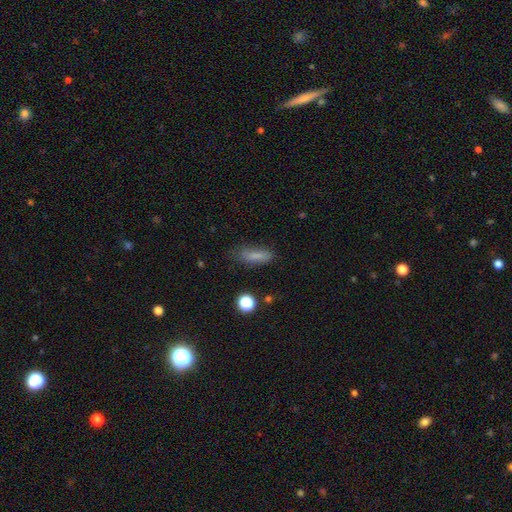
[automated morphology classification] The model was most divided on "how rounded": in between: 54%, cigar-shaped: 42%, round: 4%. More confident: smooth or featured — smooth (77%); merging — none (67%).